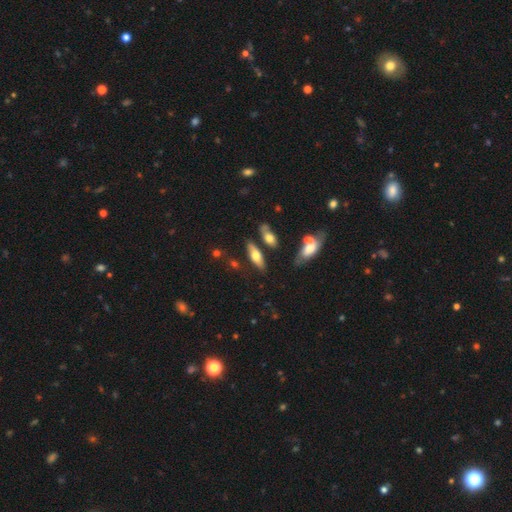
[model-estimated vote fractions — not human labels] Overall: smooth (59%; featured or disk 34%). How rounded: in between (58%; cigar-shaped 39%). Merging: none (74%).